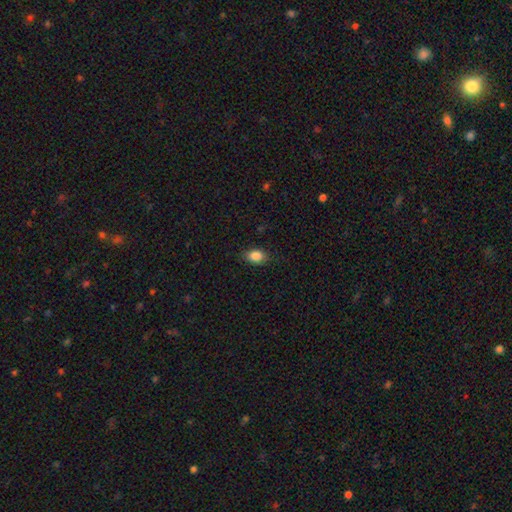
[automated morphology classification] A smooth galaxy with no disk features (85%) that is in between round and cigar-shaped (76%).

Vote fractions:
- Smooth or featured? smooth: 85% / star or artifact: 9% / featured or disk: 6%
- How rounded? in between: 76% / round: 22% / cigar-shaped: 2%
- Merging? none: 83% / minor disturbance: 13% / major disturbance: 3% / merger: 1%